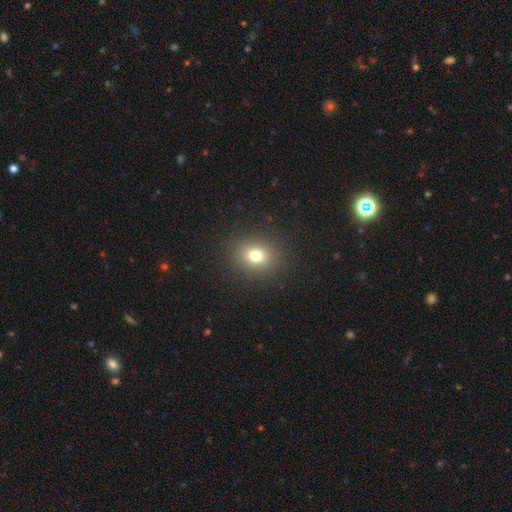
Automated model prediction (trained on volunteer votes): smooth_or_featured: smooth (p=0.74) [alt: star or artifact p=0.16]
how_rounded: round (p=0.67) [alt: in between p=0.32]
merging: none (p=0.89) [alt: minor disturbance p=0.07]